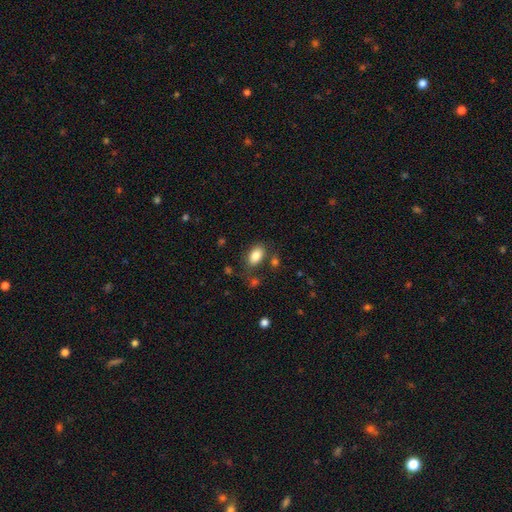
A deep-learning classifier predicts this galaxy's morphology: smooth-or-featured: smooth: 85% | star or artifact: 8% | featured or disk: 7%
  how-rounded: in between: 91% | round: 7% | cigar-shaped: 2%
  merging: none: 76% | minor disturbance: 14% | merger: 6% | major disturbance: 5%